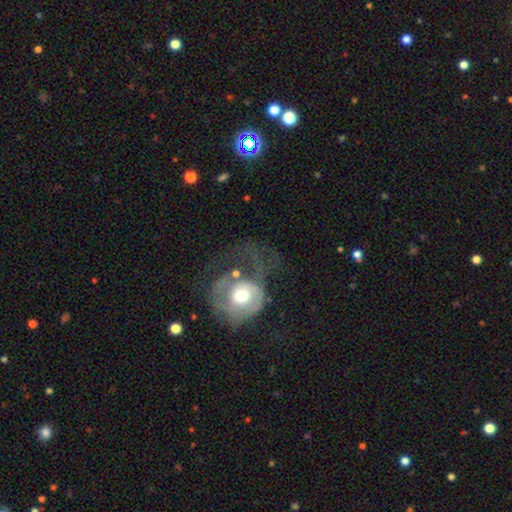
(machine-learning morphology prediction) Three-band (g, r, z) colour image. It shows a featured or disk galaxy (51%). Merging: major disturbance (45%).